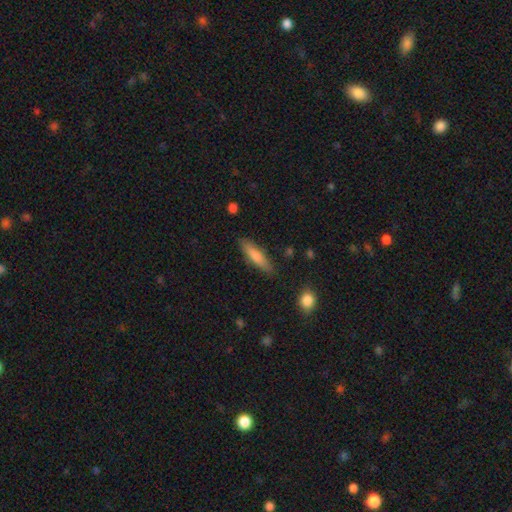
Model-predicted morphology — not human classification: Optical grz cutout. It shows a smooth galaxy with no disk features (71%) that is cigar-shaped (78%). Merging: none (86%).